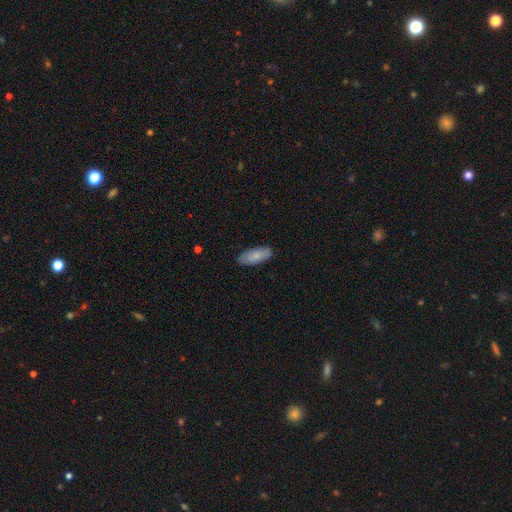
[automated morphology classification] type=smooth (79%); roundness=in between (81%); merging=none (86%).